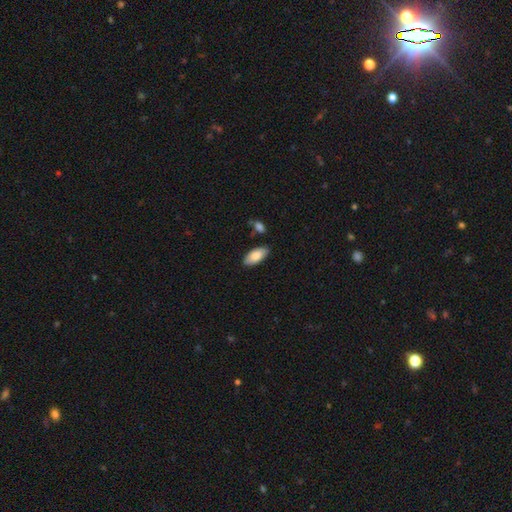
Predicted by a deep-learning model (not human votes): This appears to be a smooth galaxy with no disk features (83%) that is in between round and cigar-shaped (92%). Merging: none (82%).